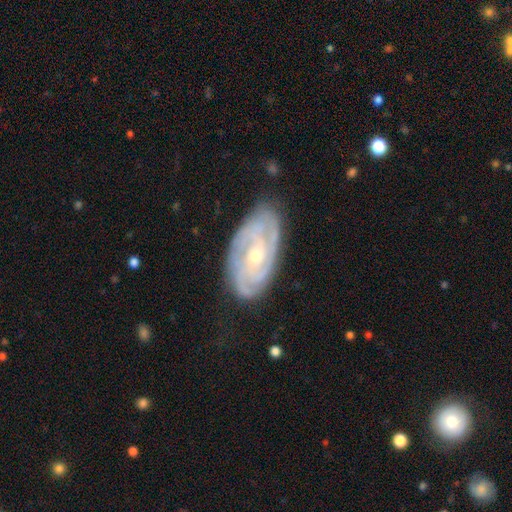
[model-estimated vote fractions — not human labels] This appears to be a featured or disk galaxy (86%) with no bar (68%), 3 (29%) tight (71%) spiral arms (96%) and a small central bulge (57%). Merging: none (78%).